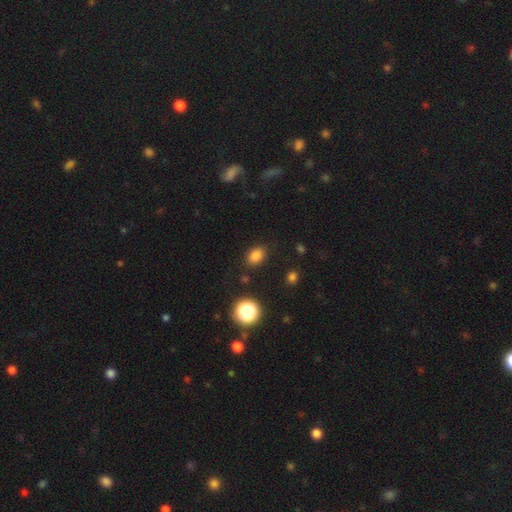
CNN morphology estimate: Q: Smooth or featured?
A: smooth (81%); runner-up: star or artifact (14%)
Q: How rounded?
A: in between (72%); runner-up: round (27%)
Q: Merging?
A: none (85%); runner-up: minor disturbance (10%)